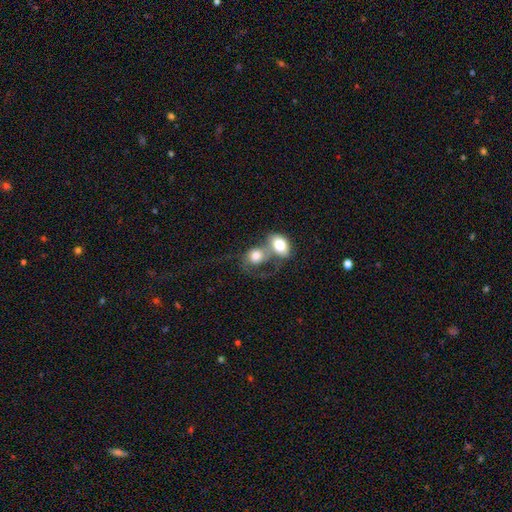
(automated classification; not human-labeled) smooth-or-featured: smooth: 72% | featured or disk: 21% | star or artifact: 7%
  how-rounded: in between: 54% | round: 45% | cigar-shaped: 1%
  merging: merger: 68% | none: 15% | major disturbance: 11% | minor disturbance: 7%